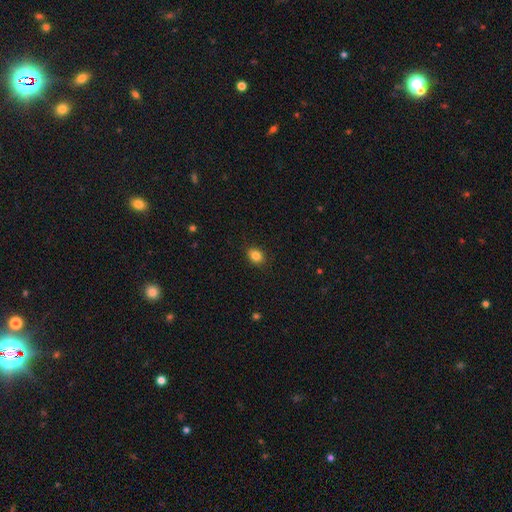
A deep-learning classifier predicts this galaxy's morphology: Smooth or featured: smooth — 84% (star or artifact — 10%)
How rounded: in between — 58% (round — 41%)
Merging: none — 87% (minor disturbance — 9%)